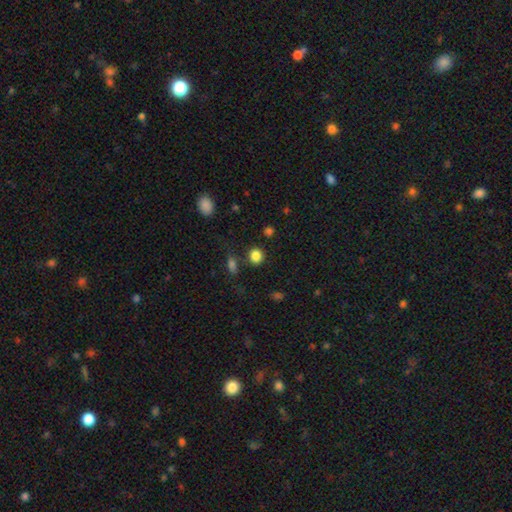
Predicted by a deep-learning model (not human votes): Morphology: type=smooth (85%); roundness=round (81%); merging=none (82%).